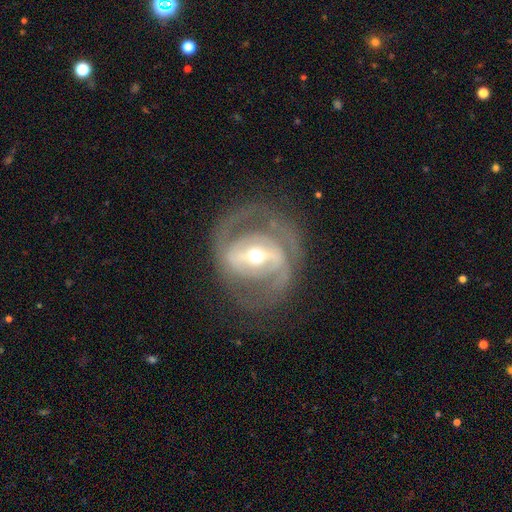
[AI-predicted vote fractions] This appears to be a featured or disk galaxy (87%) with a strong bar (56%), 2 (75%) medium (48%) spiral arms (91%) and a moderate central bulge (58%). Merging: none (71%).